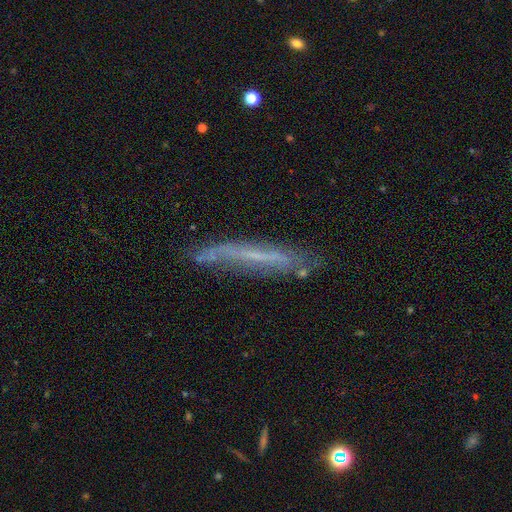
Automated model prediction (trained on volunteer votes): Smooth or featured? Predicted: featured or disk (p=0.59). Edge-on disk? Predicted: yes (p=0.71). Merging? Predicted: none (p=0.65).